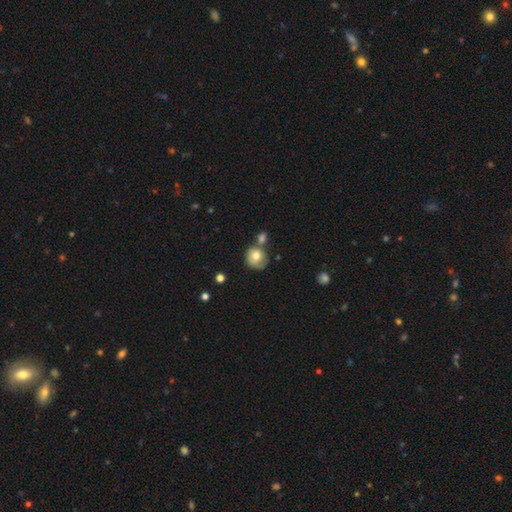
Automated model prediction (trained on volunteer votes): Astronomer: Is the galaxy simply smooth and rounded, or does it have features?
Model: smooth — 72%.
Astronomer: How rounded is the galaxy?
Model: round — 82%.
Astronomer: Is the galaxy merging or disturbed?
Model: none — 45% (runner-up: merger, 28%).